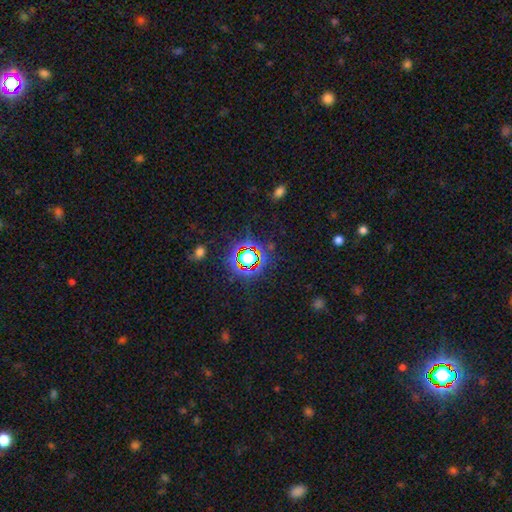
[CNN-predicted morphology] smooth-or-featured: star or artifact: 74% | smooth: 17% | featured or disk: 9%